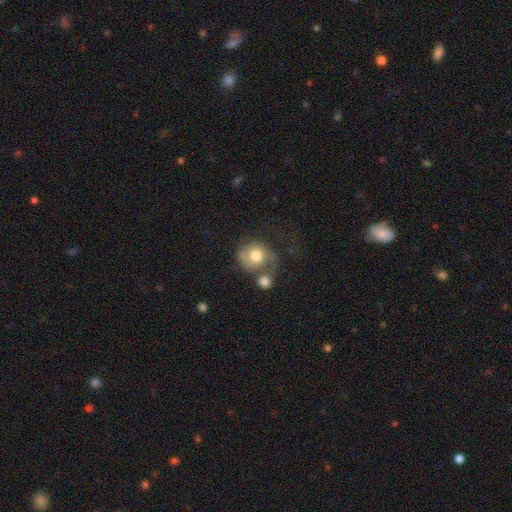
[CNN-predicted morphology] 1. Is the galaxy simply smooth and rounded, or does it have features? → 64% smooth, 27% featured or disk, 8% star or artifact.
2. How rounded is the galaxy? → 77% round, 22% in between, 1% cigar-shaped.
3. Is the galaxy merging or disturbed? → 32% merger, 31% none, 19% major disturbance, 18% minor disturbance.